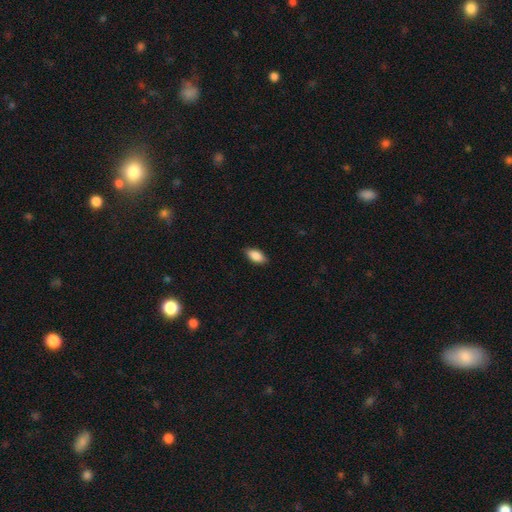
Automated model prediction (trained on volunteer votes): The model was most divided on "merging": none: 86%, minor disturbance: 11%, major disturbance: 2%, merger: 1%. More confident: how rounded — in between (91%); smooth or featured — smooth (87%).